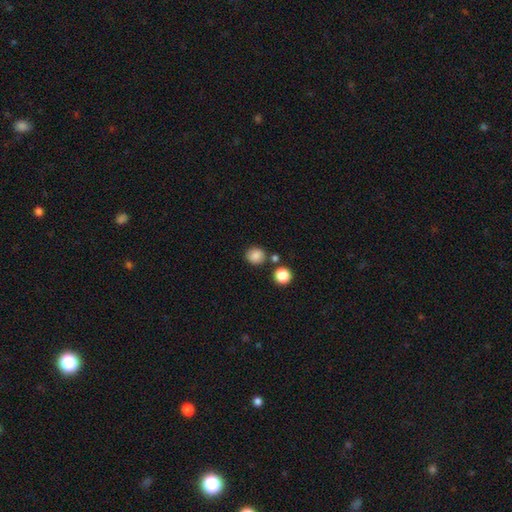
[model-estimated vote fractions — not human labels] Morphology: type=smooth (84%); roundness=round (85%); merging=none (79%).